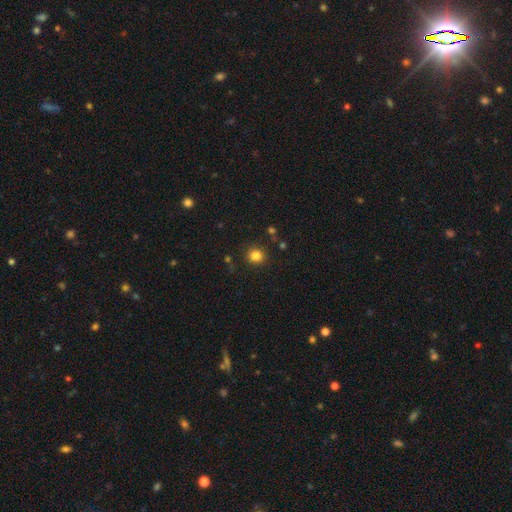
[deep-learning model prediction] Smooth or featured? smooth (83%)
How rounded? round (90%)
Merging? none (87%)